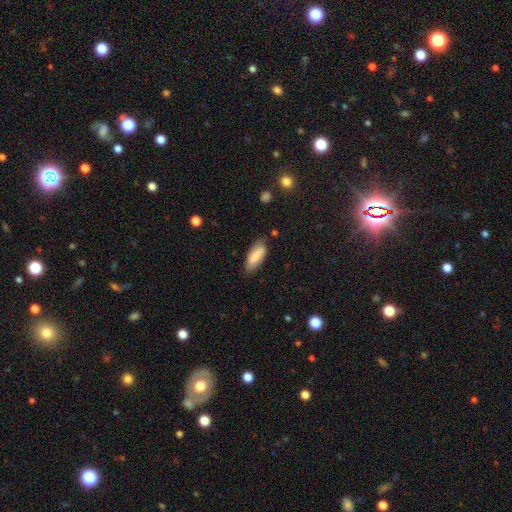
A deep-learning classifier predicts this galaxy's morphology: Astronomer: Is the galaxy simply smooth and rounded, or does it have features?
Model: smooth — 80%.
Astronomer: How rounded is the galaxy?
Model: in between — 75%.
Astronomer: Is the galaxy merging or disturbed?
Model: none — 75%.